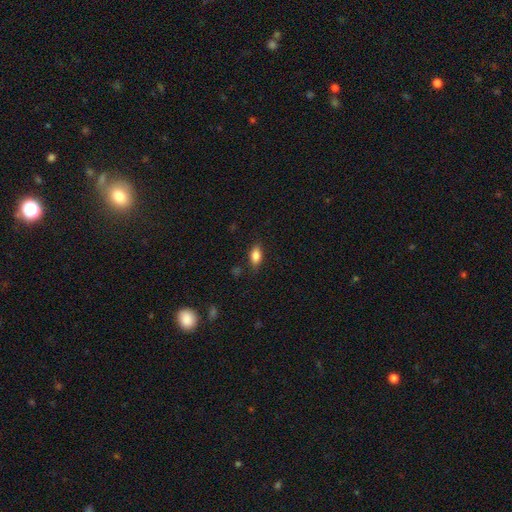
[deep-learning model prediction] smooth_or_featured: smooth (p=0.82) [alt: featured or disk p=0.10]
how_rounded: in between (p=0.85) [alt: cigar-shaped p=0.08]
merging: none (p=0.80) [alt: minor disturbance p=0.15]